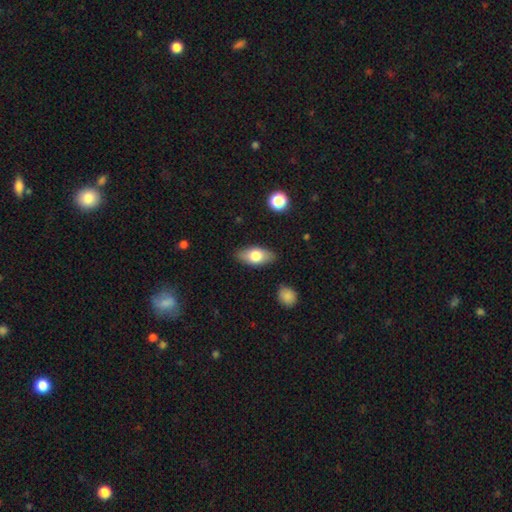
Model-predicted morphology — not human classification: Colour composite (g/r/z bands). It shows a smooth galaxy with no disk features (72%) that is in between round and cigar-shaped (89%). Merging: none (85%).